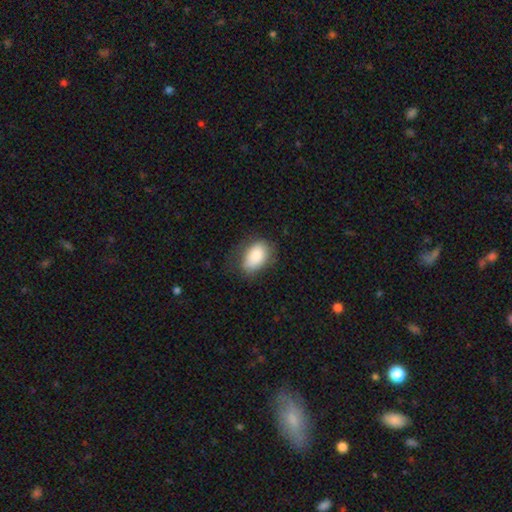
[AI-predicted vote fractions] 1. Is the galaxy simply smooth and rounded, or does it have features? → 82% smooth, 11% featured or disk, 7% star or artifact.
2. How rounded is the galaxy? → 89% in between, 10% round, 1% cigar-shaped.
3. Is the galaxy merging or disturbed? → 68% none, 23% minor disturbance, 8% major disturbance, 1% merger.